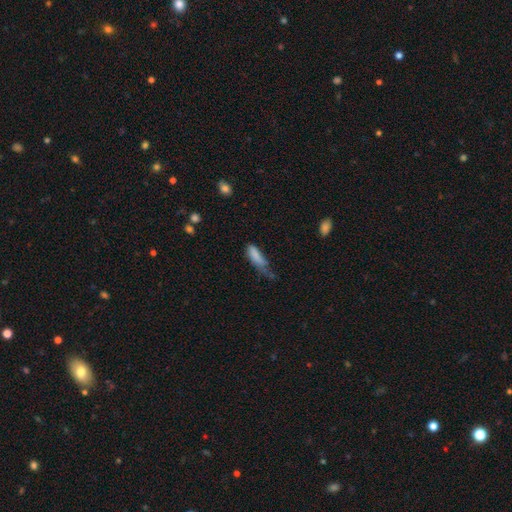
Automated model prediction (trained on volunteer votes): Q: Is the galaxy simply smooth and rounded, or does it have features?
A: smooth — 80%.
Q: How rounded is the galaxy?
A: cigar-shaped — 50%.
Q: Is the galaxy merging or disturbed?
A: minor disturbance — 37%.